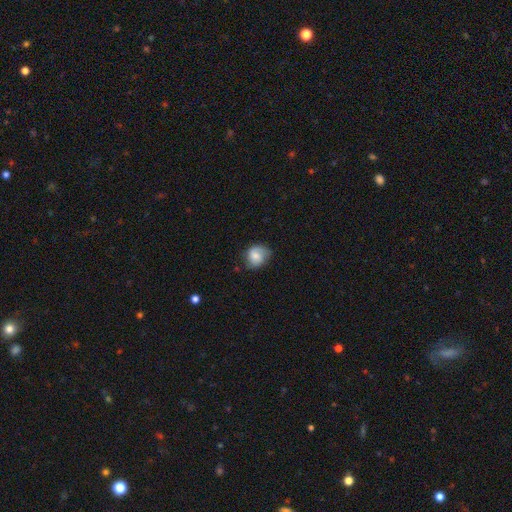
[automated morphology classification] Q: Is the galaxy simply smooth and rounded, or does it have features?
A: smooth — 66%.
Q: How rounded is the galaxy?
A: round — 65%.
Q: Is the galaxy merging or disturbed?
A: none — 61%.